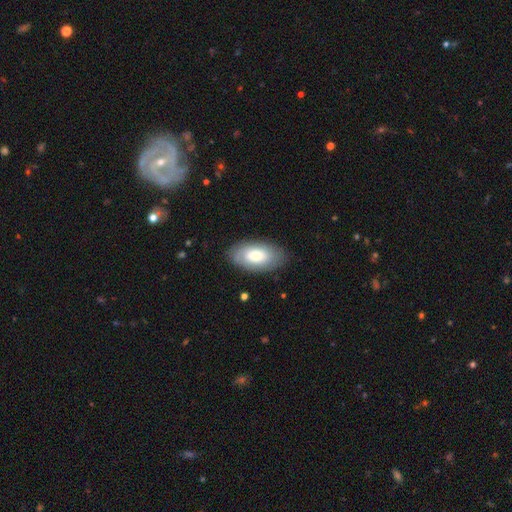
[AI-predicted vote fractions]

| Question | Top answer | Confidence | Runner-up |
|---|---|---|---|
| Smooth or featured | smooth | 66% | featured or disk (28%) |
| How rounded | in between | 94% | round (4%) |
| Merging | none | 82% | minor disturbance (13%) |